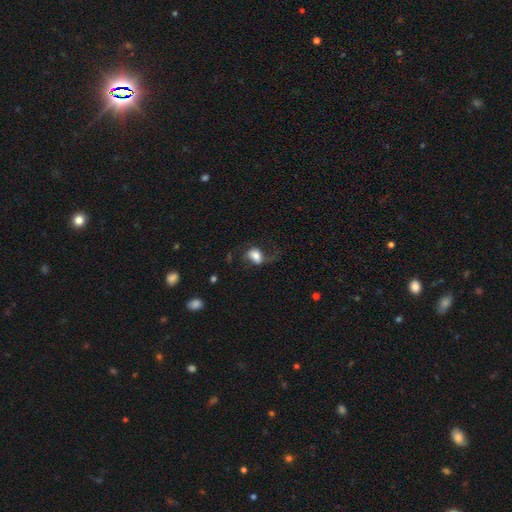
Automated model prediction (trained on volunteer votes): Q: Smooth or featured?
A: smooth (51%); runner-up: featured or disk (39%)
Q: How rounded?
A: in between (76%); runner-up: round (22%)
Q: Merging?
A: none (47%); runner-up: major disturbance (29%)